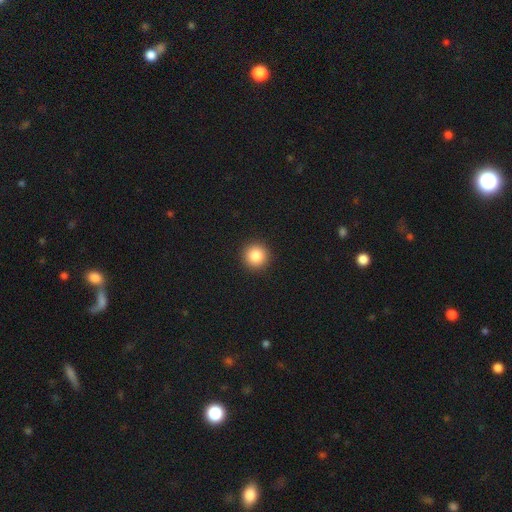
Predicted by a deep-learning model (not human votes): smooth-or-featured: smooth: 85% | star or artifact: 10% | featured or disk: 5%
  how-rounded: round: 96% | in between: 3% | cigar-shaped: 1%
  merging: none: 93% | minor disturbance: 4% | major disturbance: 2% | merger: 1%